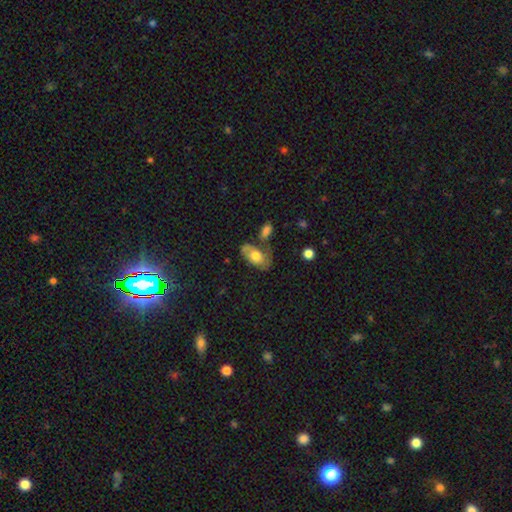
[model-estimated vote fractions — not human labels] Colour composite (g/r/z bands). It shows a smooth galaxy with no disk features (57%) that is in between round and cigar-shaped (91%). Merging: none (43%).